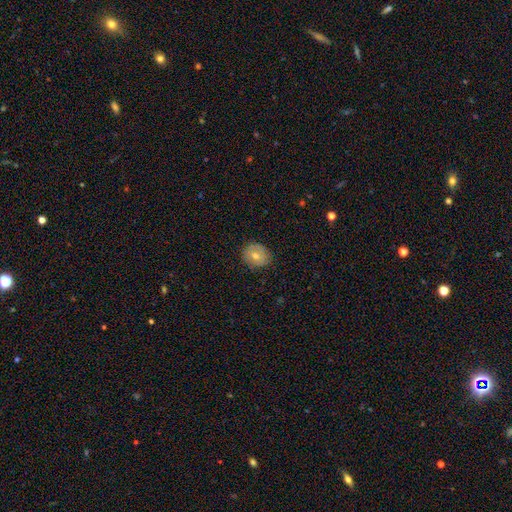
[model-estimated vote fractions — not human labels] smooth 54%, featured or disk 35%, star or artifact 11%. Down the decision tree: how rounded — round (73%); merging — none (84%).